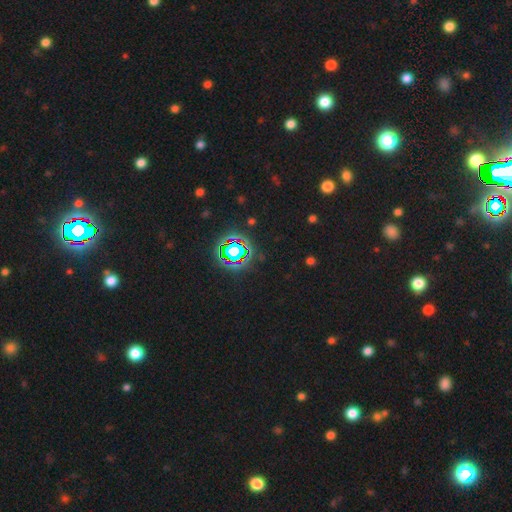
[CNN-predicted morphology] Smooth or featured? Predicted: star or artifact (p=0.81).